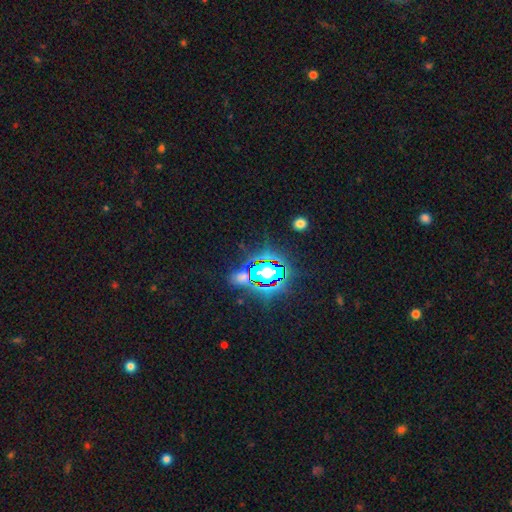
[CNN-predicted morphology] Smooth or featured? star or artifact (83%)